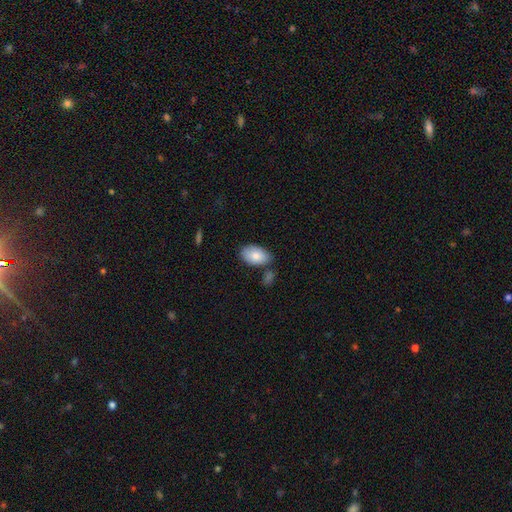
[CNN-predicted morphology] A smooth galaxy with no disk features (82%) that is in between round and cigar-shaped (94%).

Vote fractions:
- Smooth or featured? smooth: 82% / featured or disk: 12% / star or artifact: 6%
- How rounded? in between: 94% / round: 5% / cigar-shaped: 1%
- Merging? none: 68% / minor disturbance: 18% / merger: 10% / major disturbance: 4%